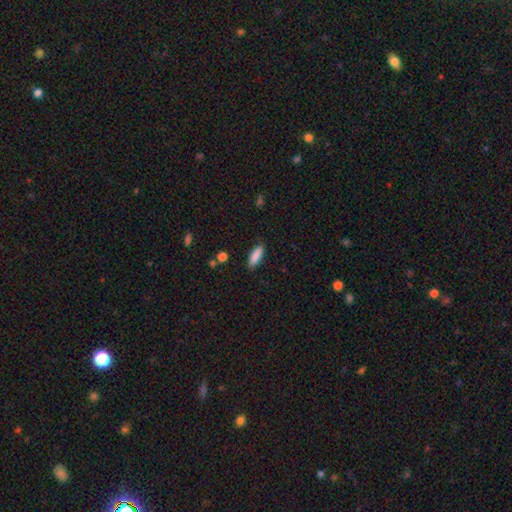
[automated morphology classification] smooth 87%, star or artifact 7%, featured or disk 6%. Down the decision tree: how rounded — in between (55%); merging — none (86%).